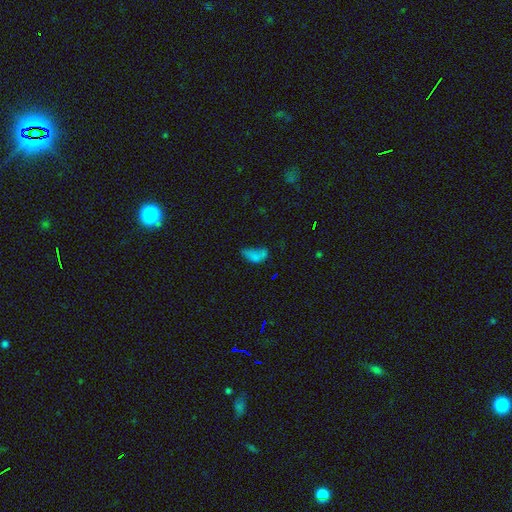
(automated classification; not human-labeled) Smooth or featured?
  - smooth: 65% *
  - featured or disk: 18%
  - star or artifact: 17%
How rounded?
  - in between: 85% *
  - cigar-shaped: 8%
  - round: 7%
Merging?
  - merger: 30% *
  - none: 26%
  - major disturbance: 25%
  - minor disturbance: 19%